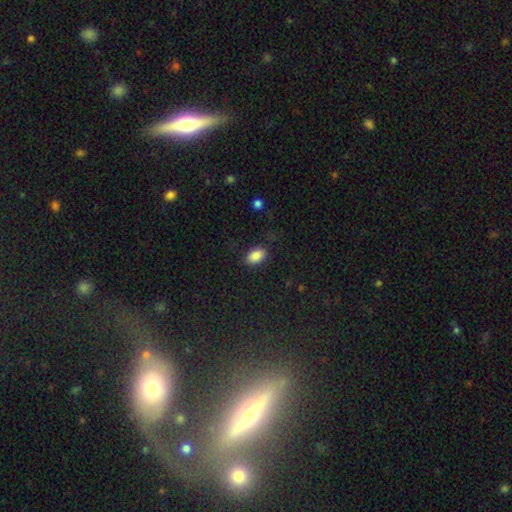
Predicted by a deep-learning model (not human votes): Smooth or featured: smooth — 87% (star or artifact — 8%)
How rounded: in between — 91% (round — 7%)
Merging: none — 81% (minor disturbance — 14%)